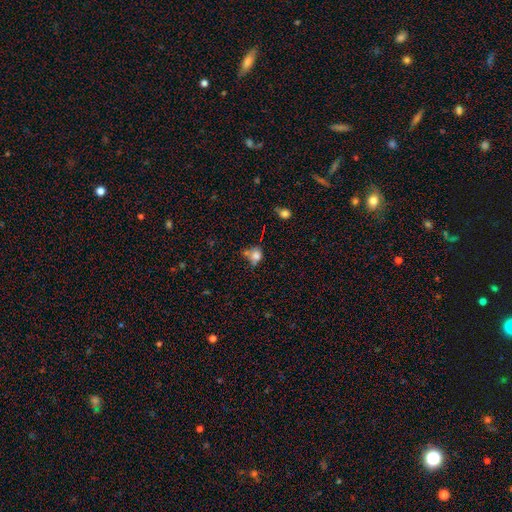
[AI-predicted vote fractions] Smooth or featured? smooth (70%)
How rounded? round (68%)
Merging? none (42%)